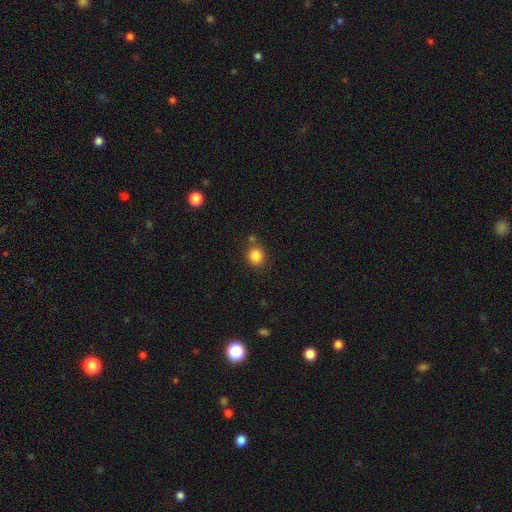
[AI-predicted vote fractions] smooth_or_featured: smooth (p=0.85) [alt: star or artifact p=0.10]
how_rounded: round (p=0.82) [alt: in between p=0.17]
merging: none (p=0.78) [alt: minor disturbance p=0.11]